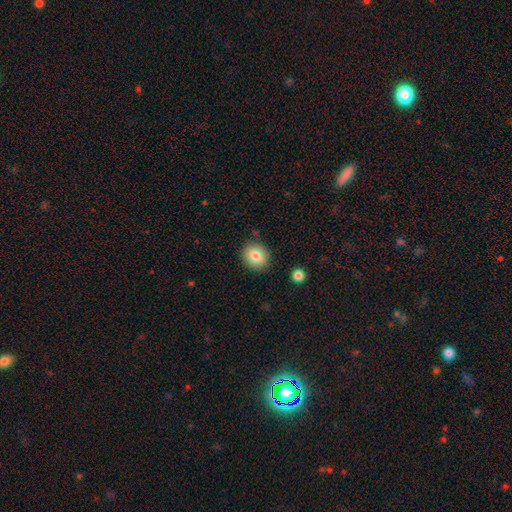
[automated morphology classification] type=smooth (81%); roundness=round (80%); merging=none (85%).